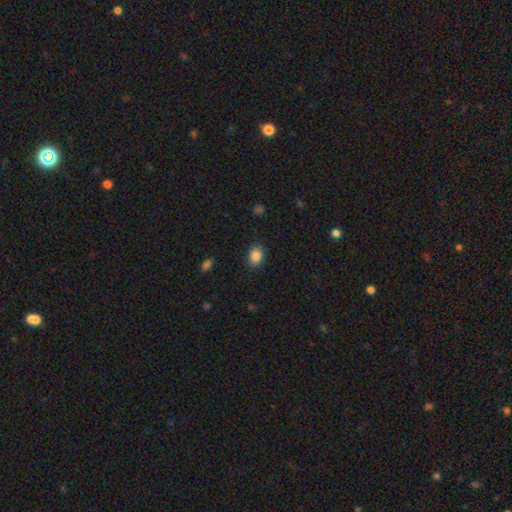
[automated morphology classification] Q: Smooth or featured?
A: smooth (87%); runner-up: star or artifact (9%)
Q: How rounded?
A: in between (71%); runner-up: round (28%)
Q: Merging?
A: none (86%); runner-up: minor disturbance (10%)